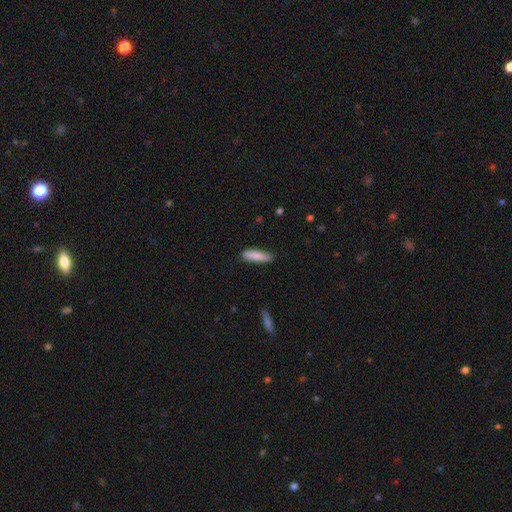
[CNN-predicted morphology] Smooth or featured?
  - smooth: 84% *
  - featured or disk: 11%
  - star or artifact: 6%
How rounded?
  - cigar-shaped: 72% *
  - in between: 27%
  - round: 1%
Merging?
  - none: 85% *
  - minor disturbance: 11%
  - major disturbance: 2%
  - merger: 1%